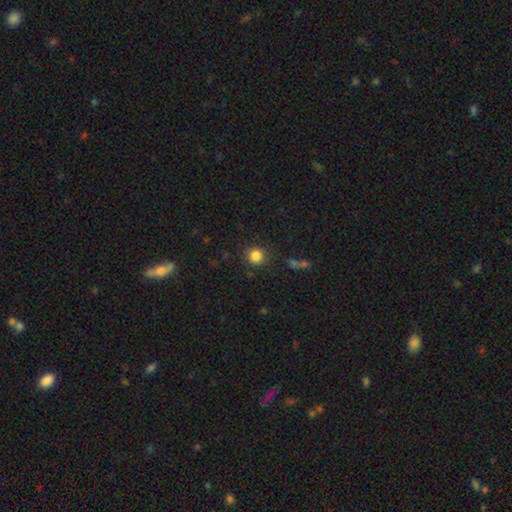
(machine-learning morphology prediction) A smooth galaxy with no disk features (84%) that is round (92%). Merging: none (87%).